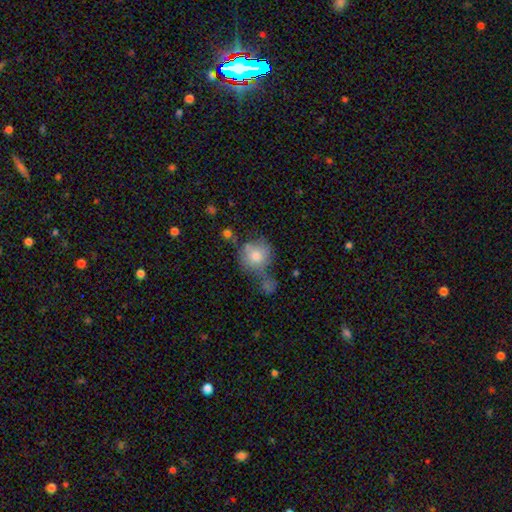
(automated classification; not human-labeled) A smooth galaxy with no disk features (74%) that is round (82%). Merging: none (47%).